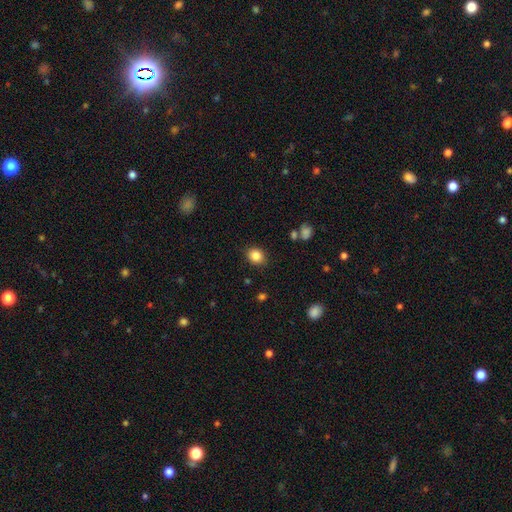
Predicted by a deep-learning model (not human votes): This is clearly a smooth galaxy (85%). How rounded: likely round (61%). Merging: clearly none (86%).